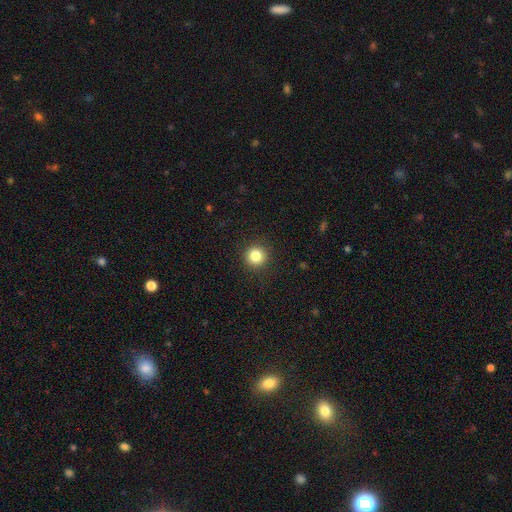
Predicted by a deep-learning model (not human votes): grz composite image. It shows a smooth galaxy with no disk features (84%) that is round (95%). Merging: none (92%).